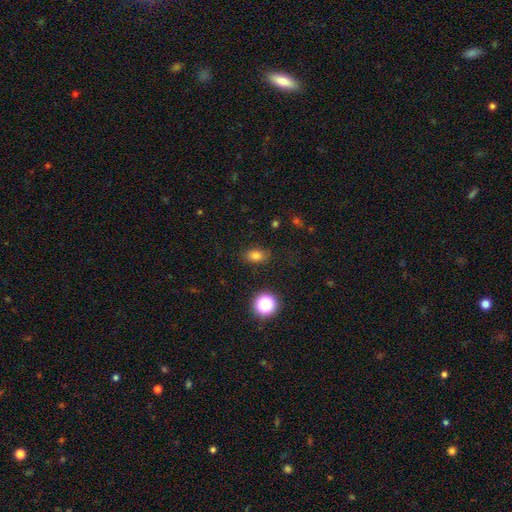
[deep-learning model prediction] A smooth galaxy with no disk features (79%) that is in between round and cigar-shaped (74%).

Vote fractions:
- Smooth or featured? smooth: 79% / star or artifact: 15% / featured or disk: 6%
- How rounded? in between: 74% / round: 24% / cigar-shaped: 2%
- Merging? none: 84% / minor disturbance: 11% / major disturbance: 3% / merger: 2%